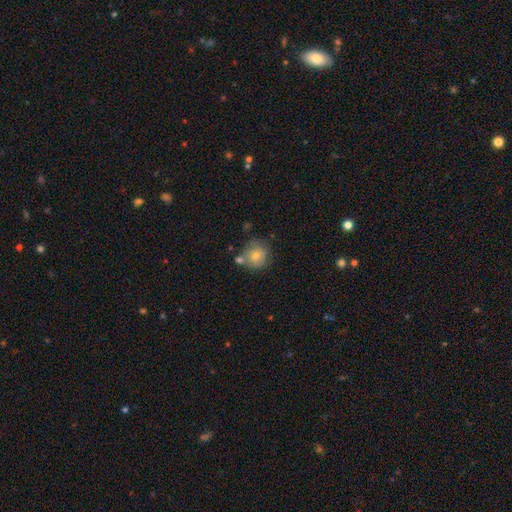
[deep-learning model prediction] smooth 72%, featured or disk 17%, star or artifact 11%. Down the decision tree: how rounded — round (88%); merging — none (63%).